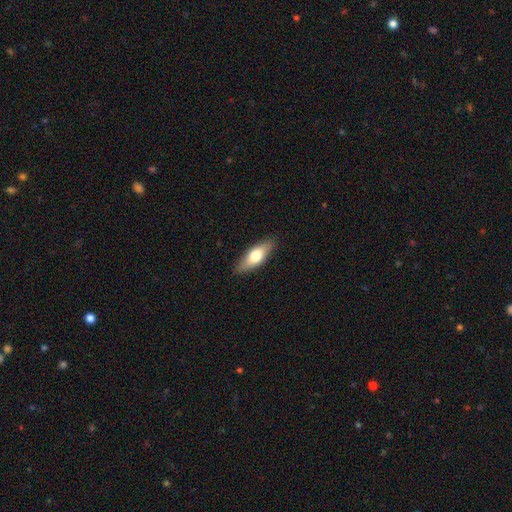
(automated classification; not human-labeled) smooth_or_featured: smooth (p=0.61) [alt: featured or disk p=0.33]
how_rounded: in between (p=0.61) [alt: cigar-shaped p=0.36]
merging: none (p=0.87) [alt: minor disturbance p=0.10]